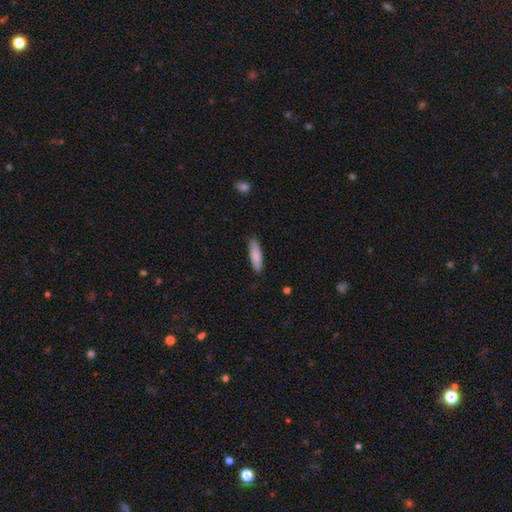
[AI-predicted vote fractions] Smooth or featured: smooth — 87% (featured or disk — 8%)
How rounded: cigar-shaped — 63% (in between — 36%)
Merging: none — 87% (minor disturbance — 10%)